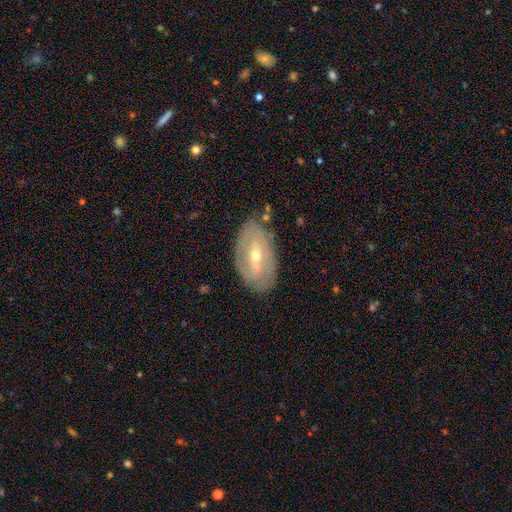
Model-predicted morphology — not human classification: type=featured or disk (70%); edge-on=no (90%); bar=weak (41%); spiral arms=yes (57%); bulge=small (49%, tied with moderate); merging=none (78%).